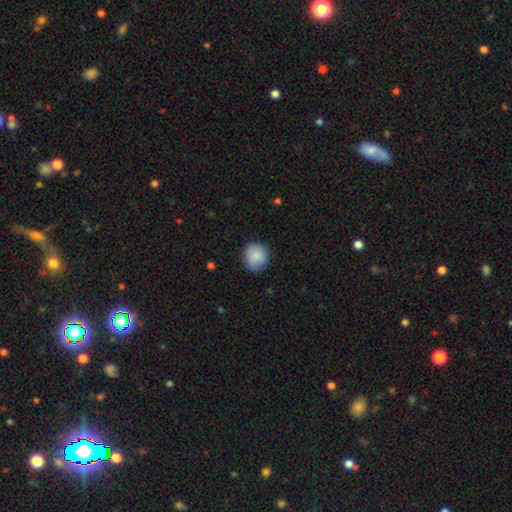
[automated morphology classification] This is clearly a smooth galaxy (86%). How rounded: clearly round (86%). Merging: clearly none (81%).